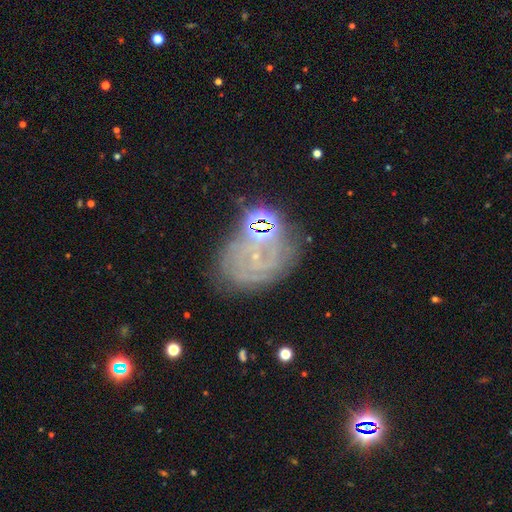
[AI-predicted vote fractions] Overall: featured or disk (68%). Edge-on disk: no (97%). Bar: no (56%; weak 33%). Spiral arms: yes (86%). Spiral arm count: can't tell (40%; 2 18%). Spiral winding: tight (62%; medium 28%). Bulge size: small (78%). Merging: none (63%).